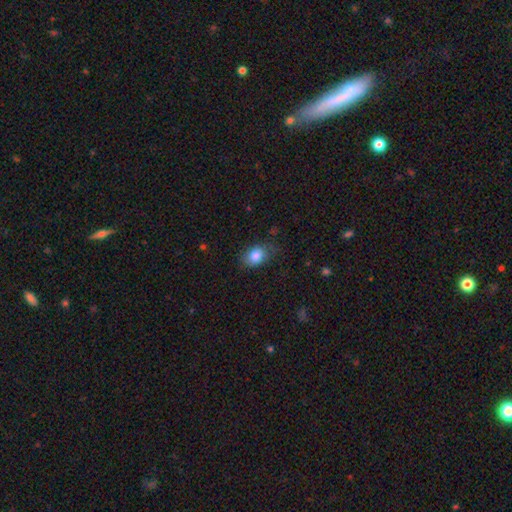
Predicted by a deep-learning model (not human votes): This is clearly a smooth galaxy (83%). How rounded: likely in between (76%). Merging: likely none (68%).